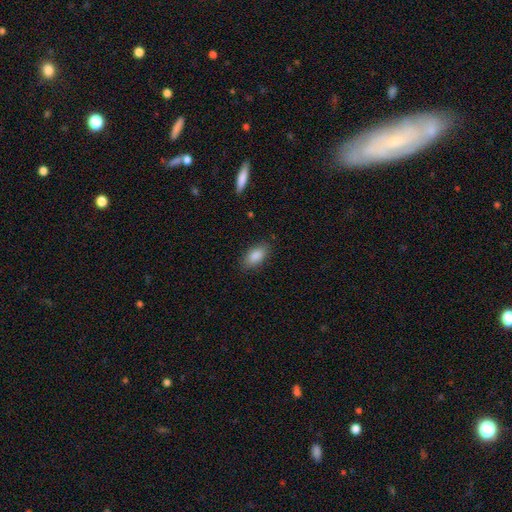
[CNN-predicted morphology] Smooth or featured?
  - smooth: 88% *
  - star or artifact: 7%
  - featured or disk: 5%
How rounded?
  - in between: 91% *
  - cigar-shaped: 5%
  - round: 4%
Merging?
  - none: 85% *
  - minor disturbance: 11%
  - major disturbance: 3%
  - merger: 1%